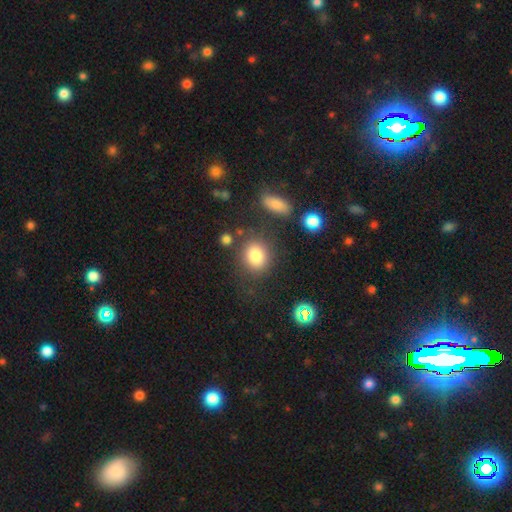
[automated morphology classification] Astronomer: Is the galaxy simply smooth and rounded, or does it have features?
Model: smooth — 83%.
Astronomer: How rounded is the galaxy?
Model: round — 63%.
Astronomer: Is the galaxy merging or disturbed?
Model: none — 76%.